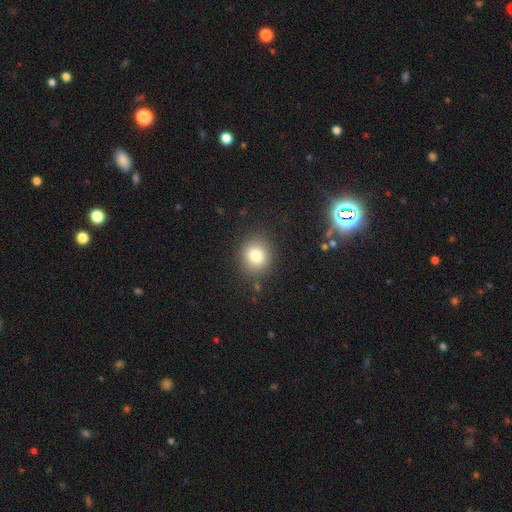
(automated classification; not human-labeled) The model was most divided on "how rounded": round: 79%, in between: 20%, cigar-shaped: 1%. More confident: merging — none (86%); smooth or featured — smooth (80%).